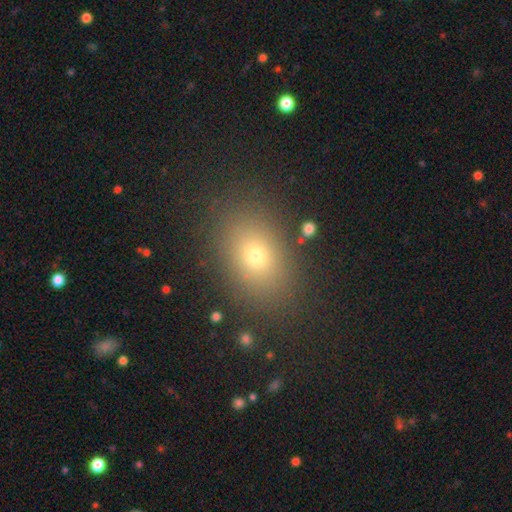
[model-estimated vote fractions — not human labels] This appears to be a smooth galaxy with no disk features (71%) that is in between round and cigar-shaped (70%). Merging: none (83%).